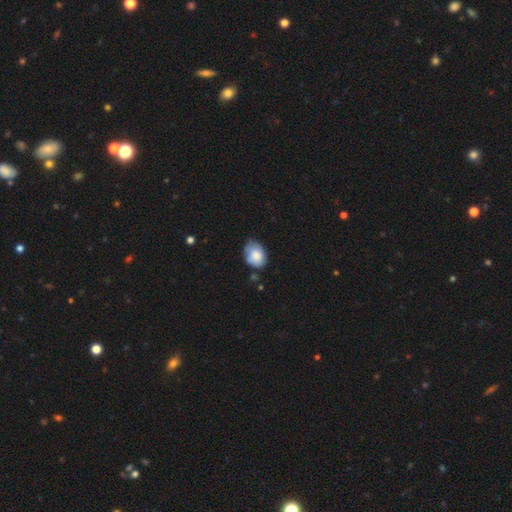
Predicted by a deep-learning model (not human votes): Smooth or featured? smooth (80%)
How rounded? in between (74%)
Merging? none (51%)